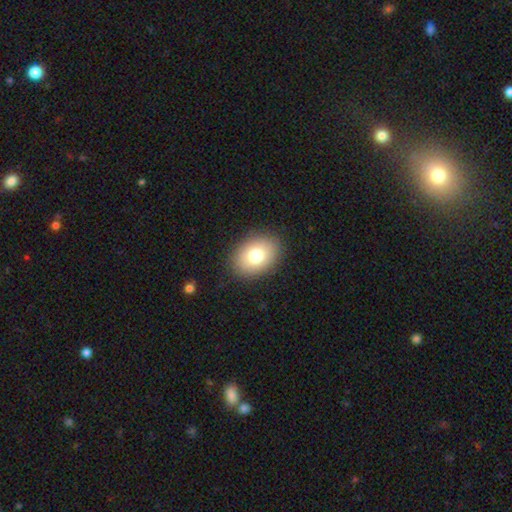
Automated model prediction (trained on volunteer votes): A smooth galaxy with no disk features (78%) that is in between round and cigar-shaped (73%).

Vote fractions:
- Smooth or featured? smooth: 78% / featured or disk: 12% / star or artifact: 9%
- How rounded? in between: 73% / round: 26% / cigar-shaped: 1%
- Merging? none: 89% / minor disturbance: 8% / major disturbance: 3% / merger: 1%